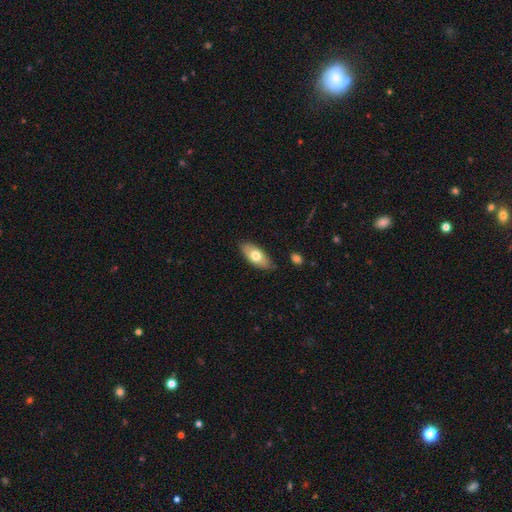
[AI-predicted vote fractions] A smooth galaxy with no disk features (69%) that is in between round and cigar-shaped (87%). Merging: none (85%).